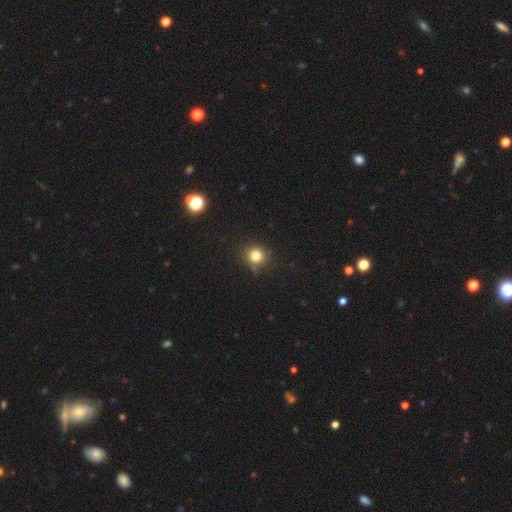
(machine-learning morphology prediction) Smooth or featured? Predicted: smooth (p=0.80). How rounded? Predicted: round (p=0.92). Merging? Predicted: none (p=0.82).